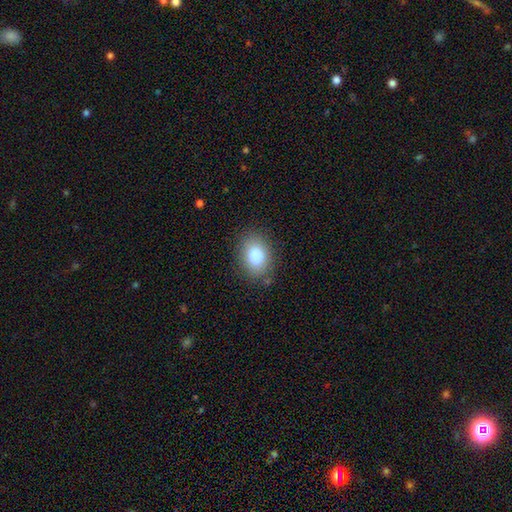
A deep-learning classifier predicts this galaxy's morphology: Smooth or featured?
  - smooth: 85% *
  - star or artifact: 8%
  - featured or disk: 7%
How rounded?
  - in between: 73% *
  - round: 26%
  - cigar-shaped: 1%
Merging?
  - none: 80% *
  - minor disturbance: 14%
  - major disturbance: 4%
  - merger: 2%